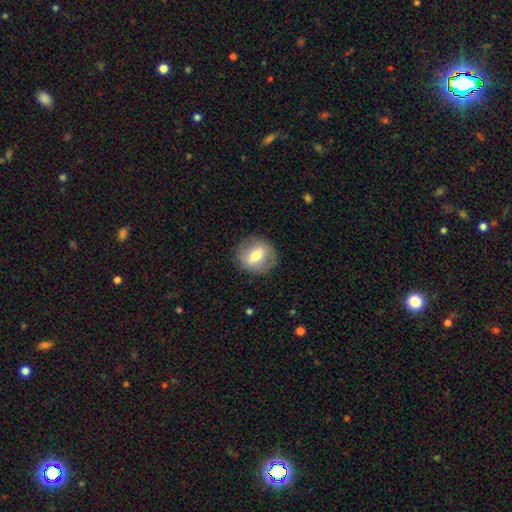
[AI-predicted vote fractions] Smooth or featured? smooth (54%)
How rounded? round (80%)
Merging? none (85%)